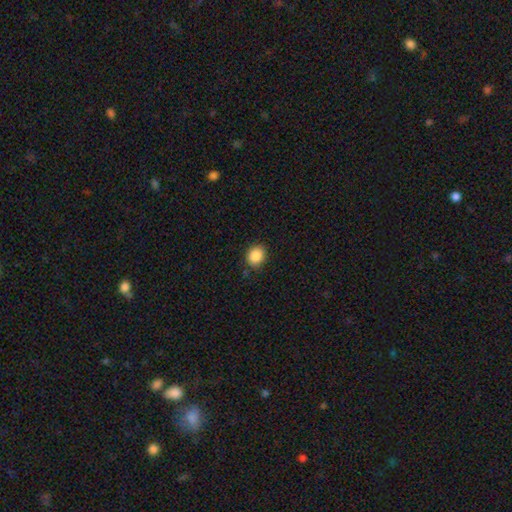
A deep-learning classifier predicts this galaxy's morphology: A smooth galaxy with no disk features (88%) that is round (66%).

Vote fractions:
- Smooth or featured? smooth: 88% / star or artifact: 9% / featured or disk: 3%
- How rounded? round: 66% / in between: 33% / cigar-shaped: 1%
- Merging? none: 85% / minor disturbance: 11% / major disturbance: 3% / merger: 1%